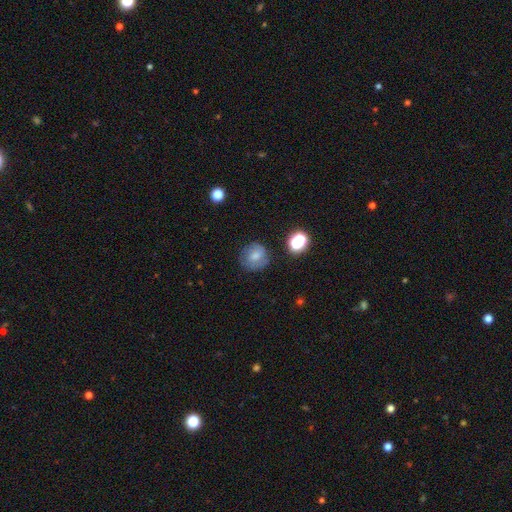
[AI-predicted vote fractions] Overall: smooth (64%). How rounded: round (84%). Merging: none (73%).